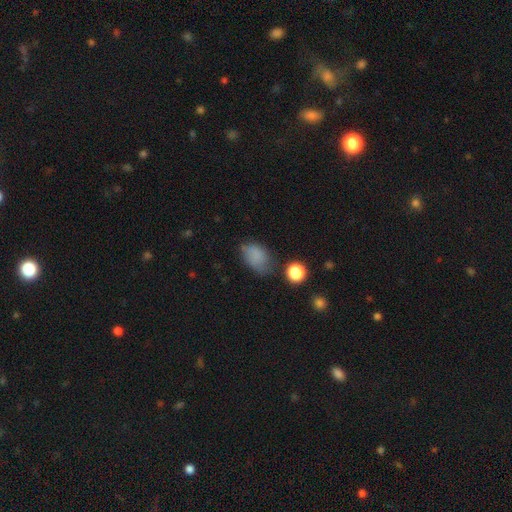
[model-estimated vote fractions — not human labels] Smooth or featured? Predicted: smooth (p=0.79). How rounded? Predicted: in between (p=0.83). Merging? Predicted: none (p=0.54).